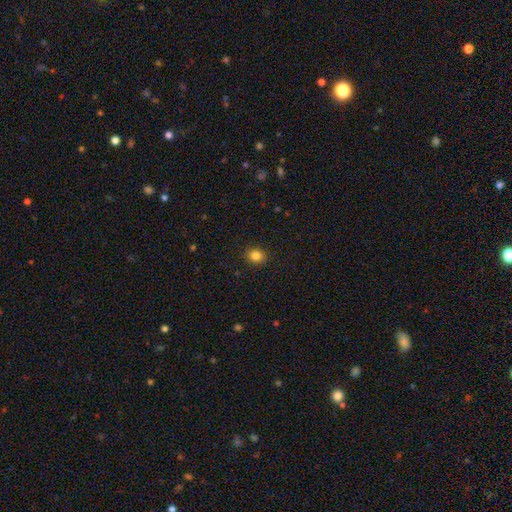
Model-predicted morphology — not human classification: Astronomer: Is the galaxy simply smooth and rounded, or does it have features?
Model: smooth — 84%.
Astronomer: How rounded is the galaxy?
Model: round — 73%.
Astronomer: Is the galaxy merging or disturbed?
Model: none — 90%.